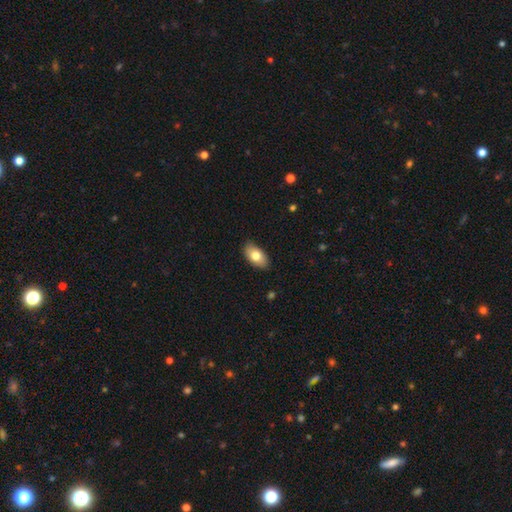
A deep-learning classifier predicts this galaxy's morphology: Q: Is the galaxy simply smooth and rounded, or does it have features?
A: smooth — 77%.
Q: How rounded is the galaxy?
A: in between — 93%.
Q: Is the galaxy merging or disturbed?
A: none — 86%.